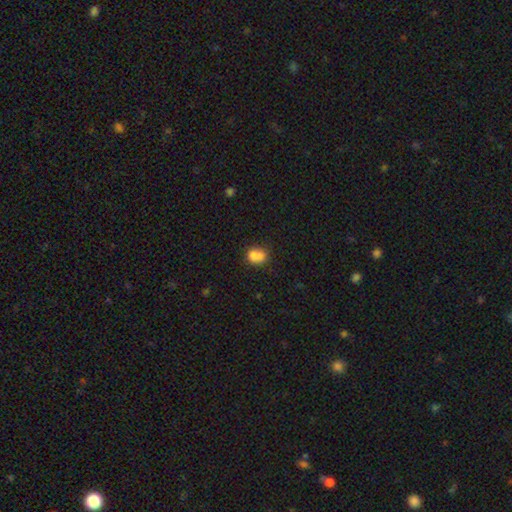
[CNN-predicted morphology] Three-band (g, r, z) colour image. It shows a smooth galaxy with no disk features (75%) that is round (59%). Merging: merger (49%).